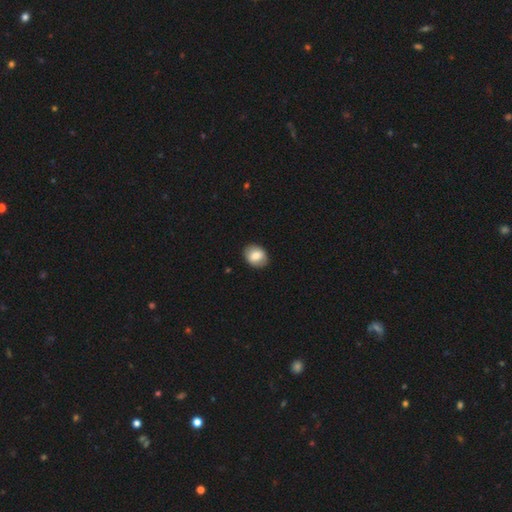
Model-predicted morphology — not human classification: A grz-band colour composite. It shows a smooth galaxy with no disk features (78%) that is in between round and cigar-shaped (55%). Merging: none (88%).